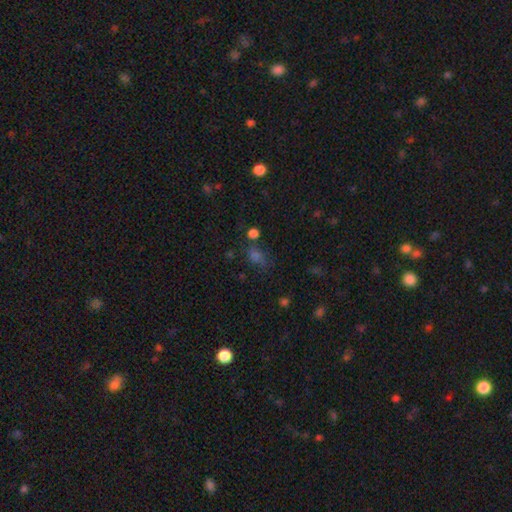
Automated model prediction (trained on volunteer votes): Q: Smooth or featured?
A: smooth (53%); runner-up: star or artifact (37%)
Q: How rounded?
A: in between (57%); runner-up: round (40%)
Q: Merging?
A: none (55%); runner-up: minor disturbance (20%)